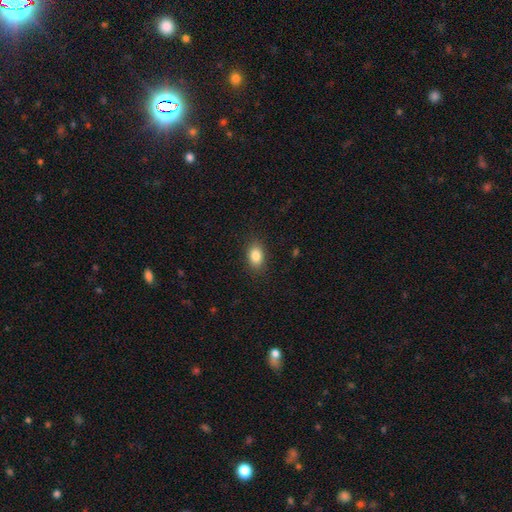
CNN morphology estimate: Smooth or featured: smooth — 85% (star or artifact — 9%)
How rounded: in between — 83% (round — 16%)
Merging: none — 87% (minor disturbance — 9%)